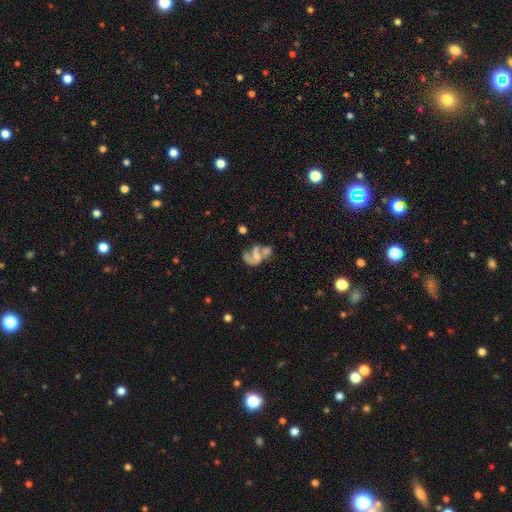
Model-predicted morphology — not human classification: Overall: featured or disk (60%; smooth 29%). Edge-on disk: no (97%). Bar: no (60%; weak 28%). Spiral arms: yes (67%; no 33%). Bulge size: none (54%; small 24%). Merging: merger (41%; major disturbance 26%).